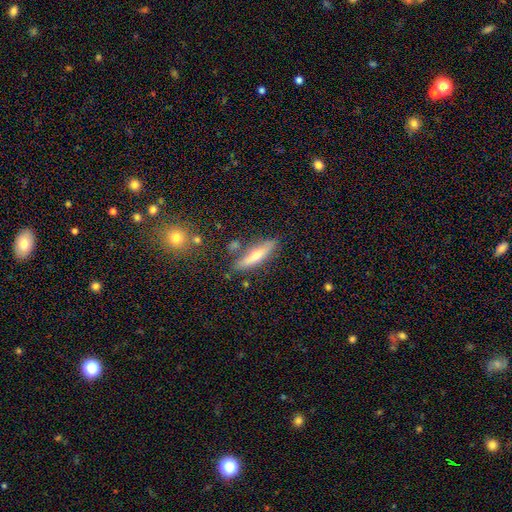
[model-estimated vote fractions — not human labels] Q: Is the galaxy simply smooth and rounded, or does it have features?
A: smooth — 59%.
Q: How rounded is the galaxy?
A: cigar-shaped — 77%.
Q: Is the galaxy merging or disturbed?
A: none — 76%.